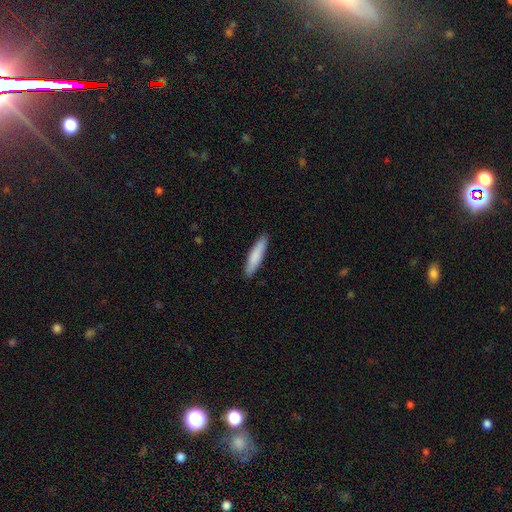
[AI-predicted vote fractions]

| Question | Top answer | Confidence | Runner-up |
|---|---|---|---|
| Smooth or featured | smooth | 84% | featured or disk (11%) |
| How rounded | cigar-shaped | 83% | in between (15%) |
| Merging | none | 90% | minor disturbance (7%) |